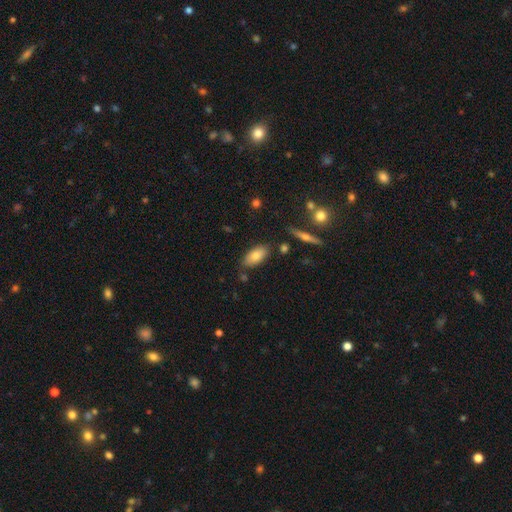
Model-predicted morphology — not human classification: The model was most divided on "smooth or featured": smooth: 78%, featured or disk: 15%, star or artifact: 7%. More confident: how rounded — in between (90%); merging — none (78%).